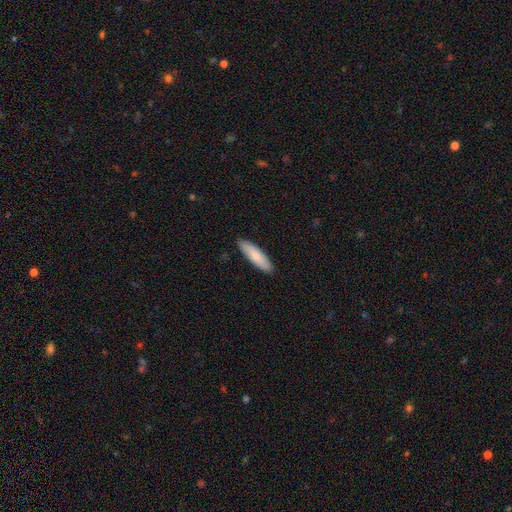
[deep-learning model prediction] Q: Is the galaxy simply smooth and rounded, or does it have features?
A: smooth — 81%.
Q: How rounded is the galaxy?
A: cigar-shaped — 63%.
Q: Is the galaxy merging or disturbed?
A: none — 89%.